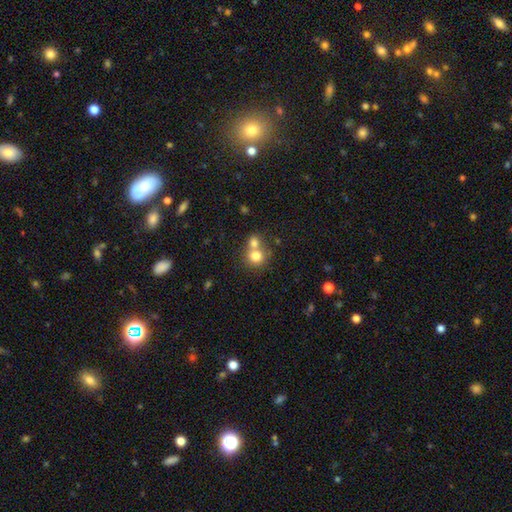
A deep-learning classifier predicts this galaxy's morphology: This is likely a smooth galaxy (77%). How rounded: clearly round (83%). Merging: possibly merger (54%).